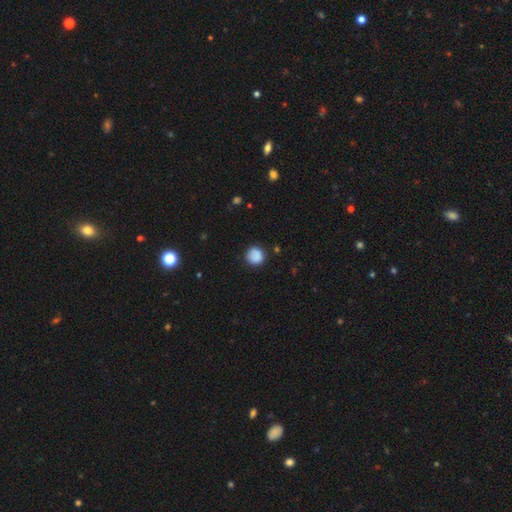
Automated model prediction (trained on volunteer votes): Q: Smooth or featured?
A: smooth (86%); runner-up: star or artifact (9%)
Q: How rounded?
A: round (91%); runner-up: in between (8%)
Q: Merging?
A: none (82%); runner-up: minor disturbance (13%)